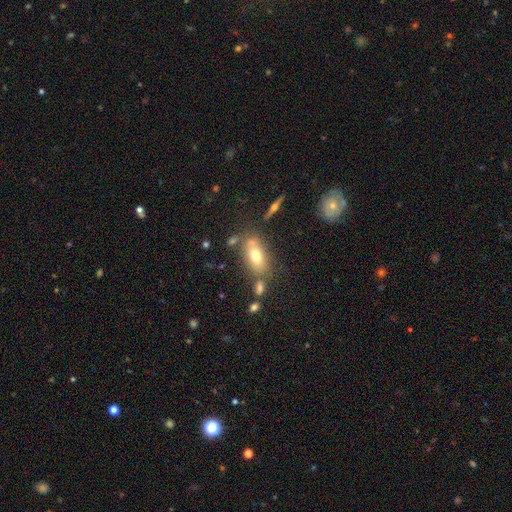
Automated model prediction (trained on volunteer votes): smooth_or_featured: smooth (p=0.67) [alt: featured or disk p=0.24]
how_rounded: in between (p=0.83) [alt: cigar-shaped p=0.09]
merging: none (p=0.64) [alt: merger p=0.15]